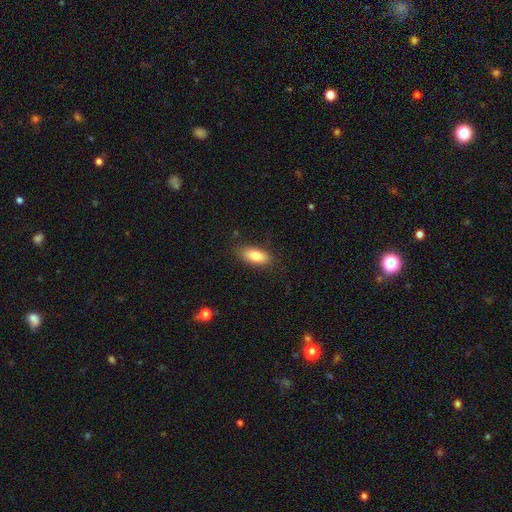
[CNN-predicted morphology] The model was most divided on "smooth or featured": smooth: 81%, featured or disk: 11%, star or artifact: 7%. More confident: how rounded — in between (86%); merging — none (84%).